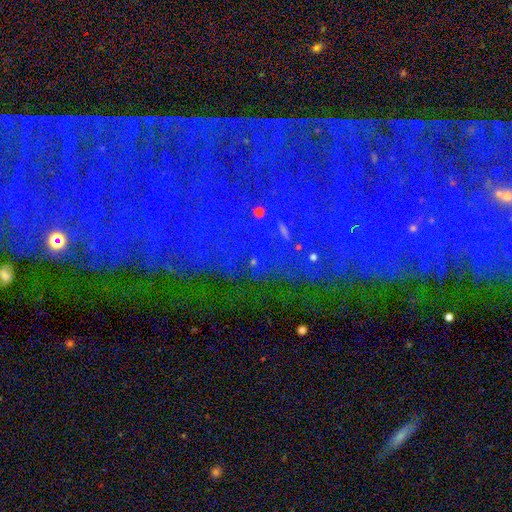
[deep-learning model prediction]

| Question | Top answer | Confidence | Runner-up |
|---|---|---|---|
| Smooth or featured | star or artifact | 76% | featured or disk (14%) |